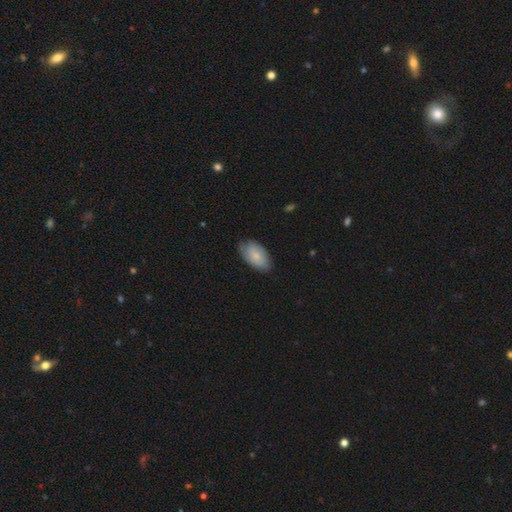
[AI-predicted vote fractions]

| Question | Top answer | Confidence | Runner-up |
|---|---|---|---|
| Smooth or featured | smooth | 71% | featured or disk (23%) |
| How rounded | in between | 94% | round (4%) |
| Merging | none | 70% | minor disturbance (25%) |